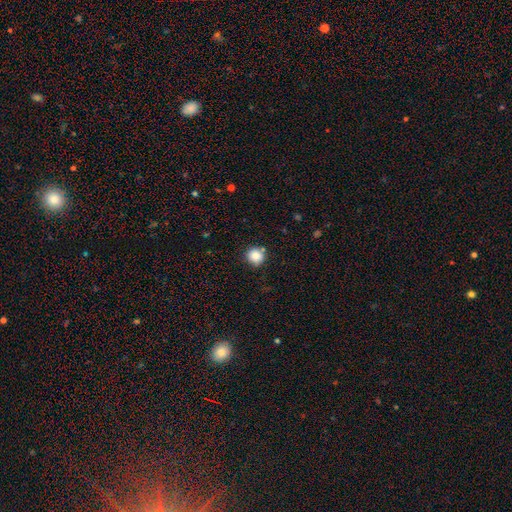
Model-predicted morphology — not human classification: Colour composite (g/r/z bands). It shows a smooth galaxy with no disk features (84%) that is round (90%). Merging: none (79%).